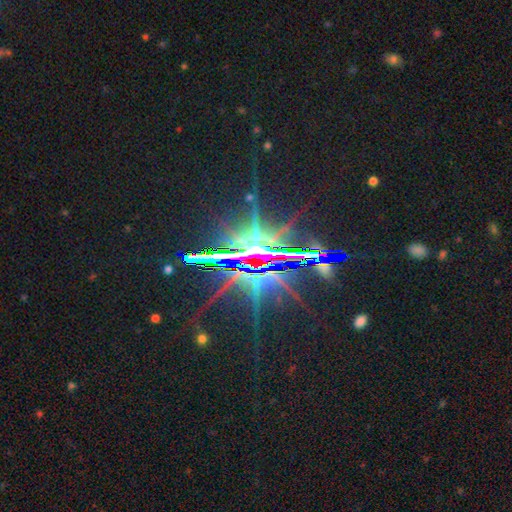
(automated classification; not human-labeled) A star or artifact, not a galaxy (76%).

Vote fractions:
- Smooth or featured? star or artifact: 76% / featured or disk: 17% / smooth: 7%